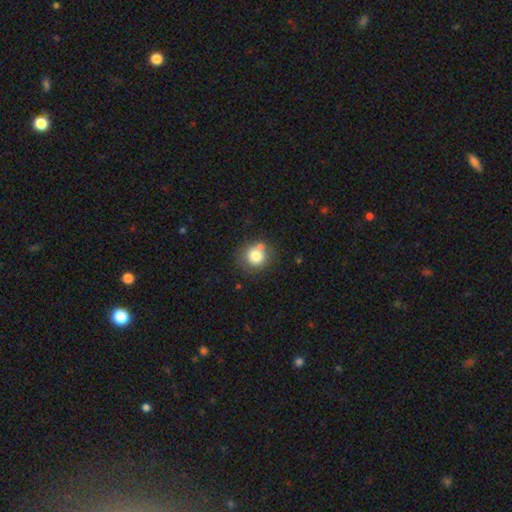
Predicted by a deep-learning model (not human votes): Smooth or featured?
  - smooth: 78% *
  - featured or disk: 11%
  - star or artifact: 11%
How rounded?
  - round: 88% *
  - in between: 11%
  - cigar-shaped: 1%
Merging?
  - none: 64% *
  - merger: 17%
  - minor disturbance: 14%
  - major disturbance: 5%